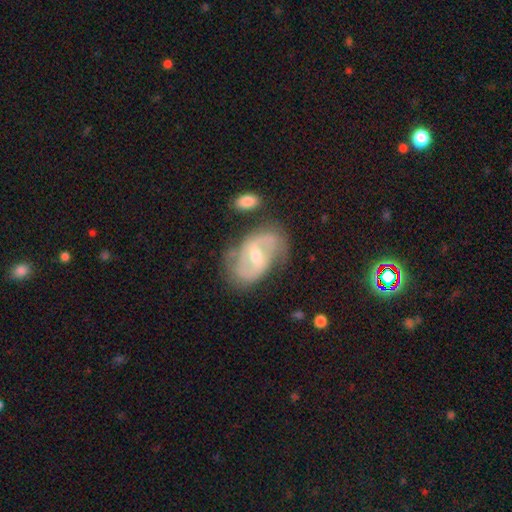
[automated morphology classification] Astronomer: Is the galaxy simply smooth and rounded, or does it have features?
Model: featured or disk — 78%.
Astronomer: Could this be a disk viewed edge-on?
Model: no — 96%.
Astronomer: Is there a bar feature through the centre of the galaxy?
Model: weak — 49% (runner-up: strong, 33%).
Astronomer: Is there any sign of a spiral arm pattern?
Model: yes — 83%.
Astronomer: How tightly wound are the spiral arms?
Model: medium — 47% (runner-up: tight, 28%).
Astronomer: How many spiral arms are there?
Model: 2 — 78%.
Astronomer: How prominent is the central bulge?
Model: moderate — 54% (runner-up: small, 41%).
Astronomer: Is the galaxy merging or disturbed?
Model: none — 64%.